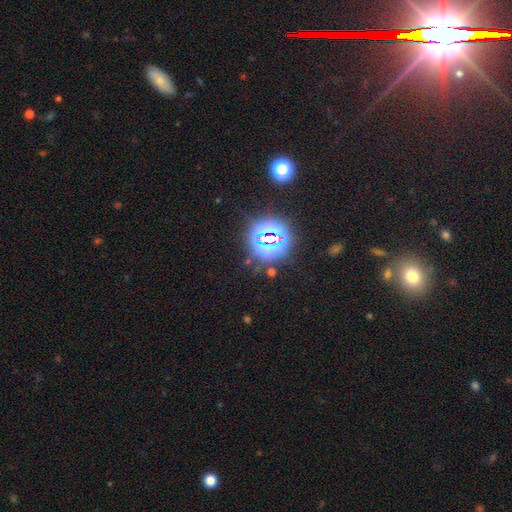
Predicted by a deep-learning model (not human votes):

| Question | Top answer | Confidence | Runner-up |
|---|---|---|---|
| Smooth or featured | star or artifact | 76% | smooth (15%) |